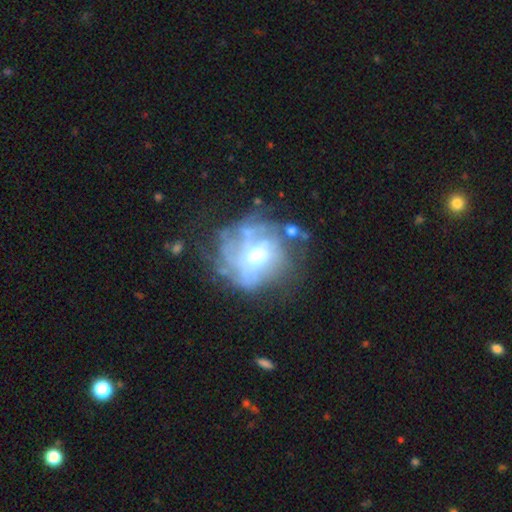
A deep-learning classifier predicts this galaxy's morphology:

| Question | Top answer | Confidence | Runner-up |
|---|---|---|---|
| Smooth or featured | featured or disk | 67% | smooth (22%) |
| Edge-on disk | no | 97% | yes (3%) |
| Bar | no | 66% | weak (27%) |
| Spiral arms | no | 53% | yes (47%) |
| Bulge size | moderate | 63% | small (23%) |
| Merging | none | 52% | major disturbance (22%) |